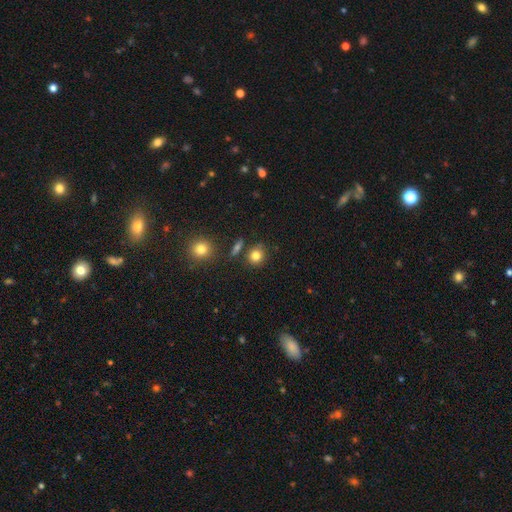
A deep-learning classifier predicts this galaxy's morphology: Overall: smooth (81%). How rounded: round (80%). Merging: none (79%).